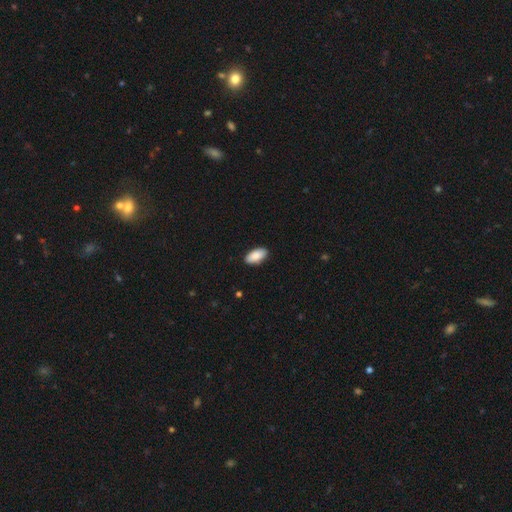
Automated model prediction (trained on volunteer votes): Overall: smooth (89%). How rounded: in between (93%). Merging: none (89%).